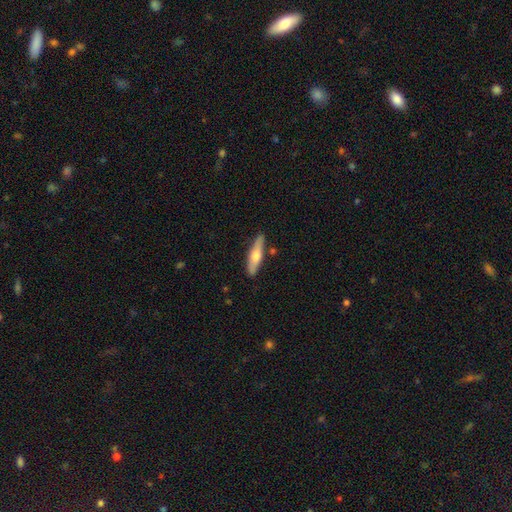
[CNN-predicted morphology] Q: Smooth or featured?
A: smooth (53%); runner-up: featured or disk (42%)
Q: How rounded?
A: cigar-shaped (71%); runner-up: in between (27%)
Q: Merging?
A: none (83%); runner-up: minor disturbance (11%)